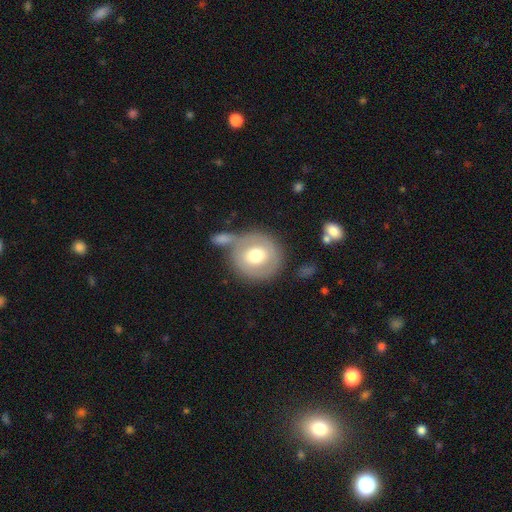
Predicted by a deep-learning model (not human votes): Morphology: type=smooth (56%); roundness=round (90%); merging=none (56%).